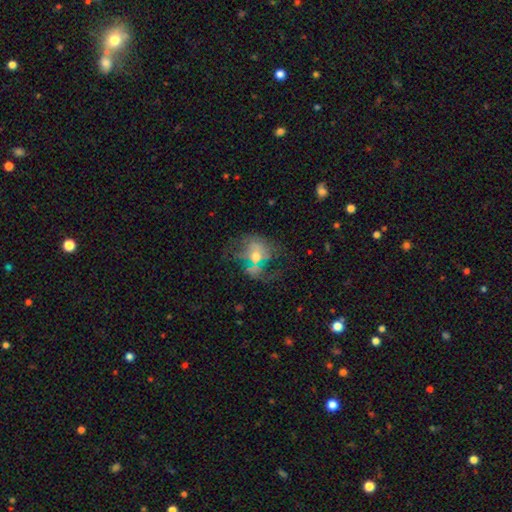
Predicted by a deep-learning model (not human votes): Smooth or featured: featured or disk — 57% (smooth — 30%)
Edge-on disk: no — 97% (yes — 3%)
Bar: no — 70% (weak — 24%)
Spiral arms: yes — 51% (no — 49%)
Bulge size: moderate — 56% (small — 33%)
Merging: none — 35% (major disturbance — 33%)